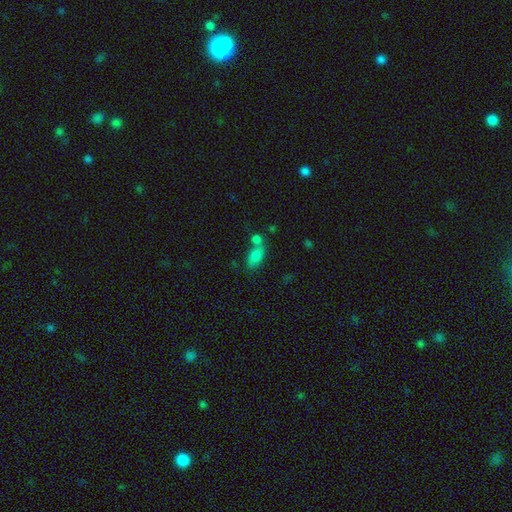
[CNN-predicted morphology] smooth 81%, star or artifact 10%, featured or disk 9%. Down the decision tree: how rounded — in between (88%); merging — none (46%).